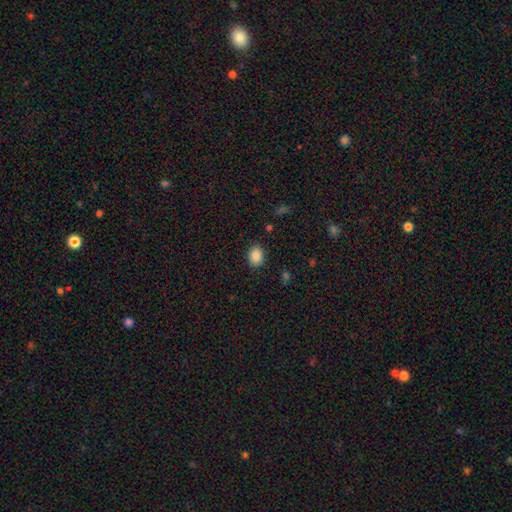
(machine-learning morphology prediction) This appears to be a smooth galaxy with no disk features (88%) that is in between round and cigar-shaped (69%). Merging: none (88%).